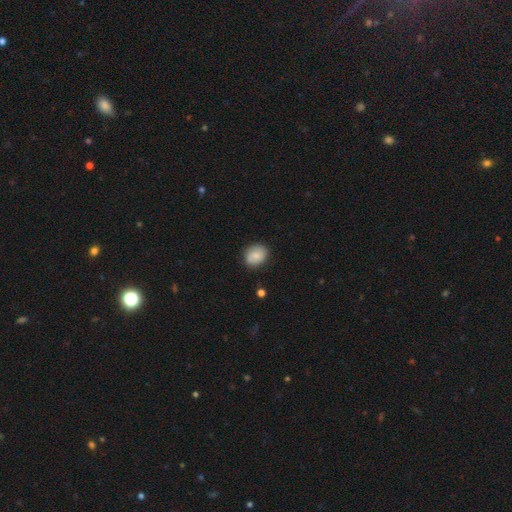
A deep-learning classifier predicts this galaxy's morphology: Smooth or featured? smooth (79%)
How rounded? round (57%)
Merging? none (82%)